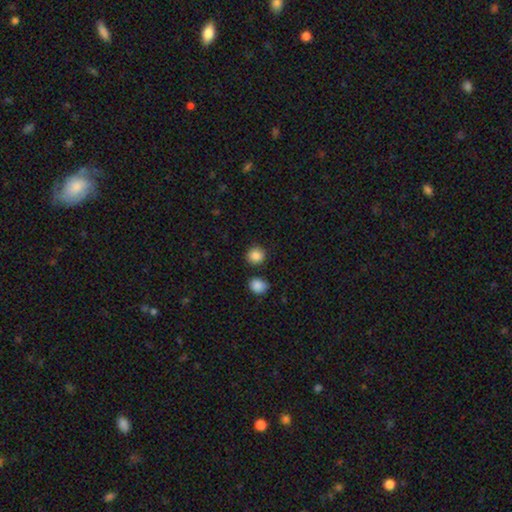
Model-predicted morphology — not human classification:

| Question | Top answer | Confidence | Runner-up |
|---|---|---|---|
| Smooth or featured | smooth | 87% | star or artifact (9%) |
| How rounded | round | 87% | in between (12%) |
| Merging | none | 83% | minor disturbance (9%) |